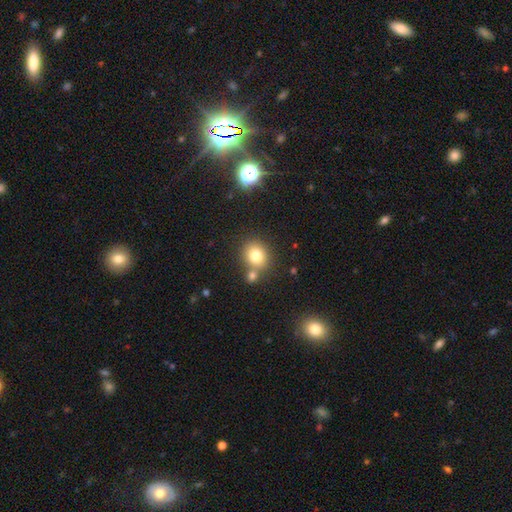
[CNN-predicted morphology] A smooth galaxy with no disk features (77%) that is round (76%).

Vote fractions:
- Smooth or featured? smooth: 77% / star or artifact: 13% / featured or disk: 10%
- How rounded? round: 76% / in between: 23% / cigar-shaped: 1%
- Merging? none: 65% / merger: 23% / minor disturbance: 9% / major disturbance: 3%